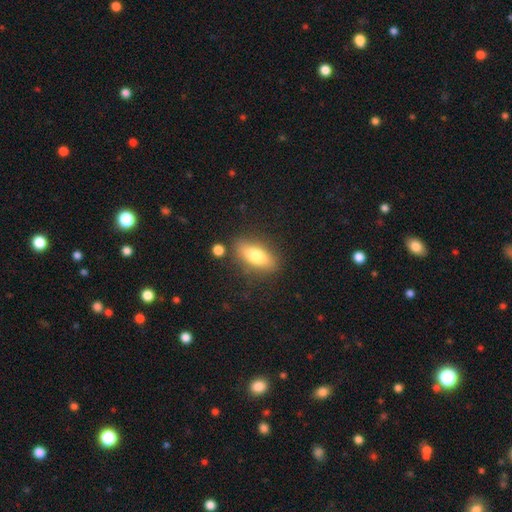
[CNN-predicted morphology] type=smooth (76%); roundness=in between (79%); merging=none (80%).